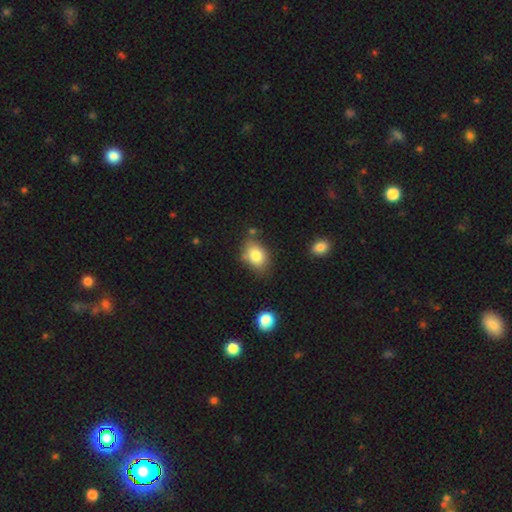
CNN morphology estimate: Smooth or featured? Predicted: smooth (p=0.82). How rounded? Predicted: in between (p=0.78). Merging? Predicted: none (p=0.69).